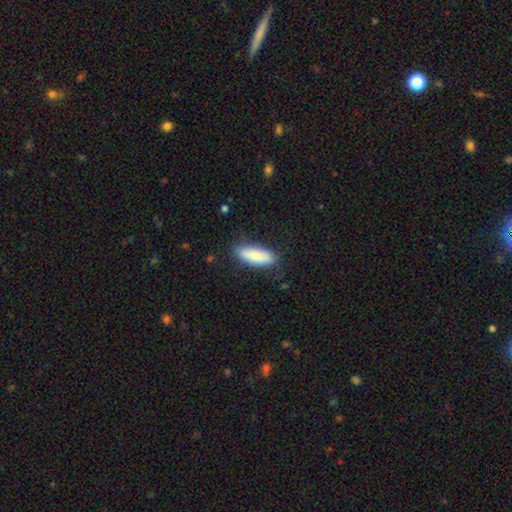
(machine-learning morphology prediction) smooth-or-featured: smooth: 85% | featured or disk: 10% | star or artifact: 6%
  how-rounded: in between: 64% | cigar-shaped: 34% | round: 2%
  merging: none: 81% | minor disturbance: 15% | major disturbance: 3% | merger: 1%